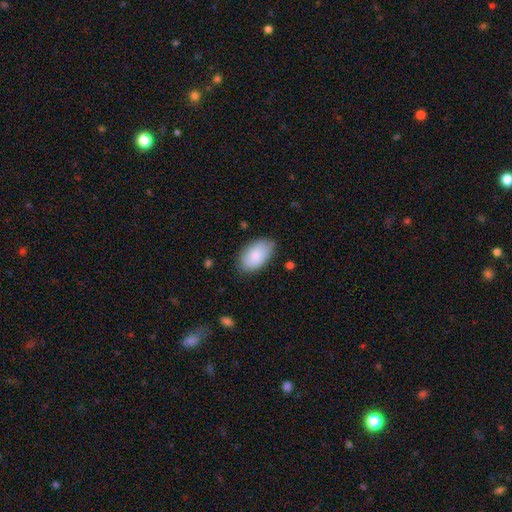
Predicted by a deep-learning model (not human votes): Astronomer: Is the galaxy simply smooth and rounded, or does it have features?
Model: smooth — 84%.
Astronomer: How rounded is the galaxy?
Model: in between — 94%.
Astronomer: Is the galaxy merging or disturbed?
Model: none — 78%.